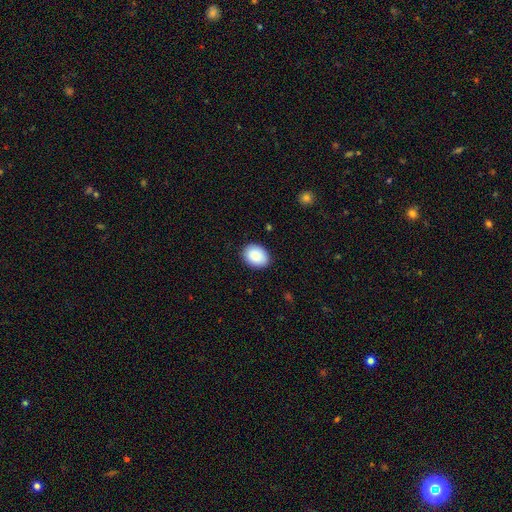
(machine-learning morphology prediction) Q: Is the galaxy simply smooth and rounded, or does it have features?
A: smooth — 87%.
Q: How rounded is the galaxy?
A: in between — 67%.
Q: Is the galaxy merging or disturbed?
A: none — 88%.